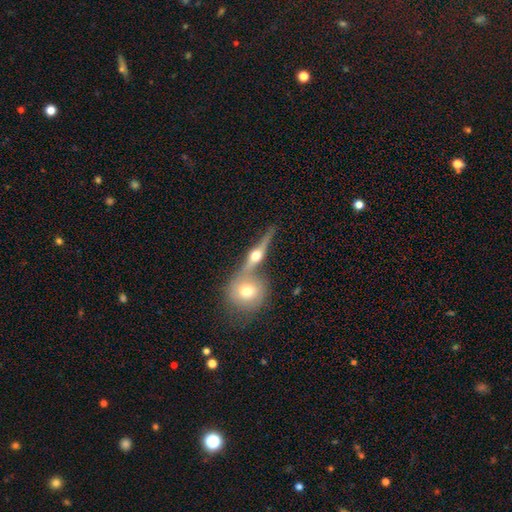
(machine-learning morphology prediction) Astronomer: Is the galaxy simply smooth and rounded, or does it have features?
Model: featured or disk — 67%.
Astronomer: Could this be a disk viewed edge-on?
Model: yes — 87%.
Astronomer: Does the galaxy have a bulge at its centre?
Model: rounded — 96%.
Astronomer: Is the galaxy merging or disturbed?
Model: none — 55% (runner-up: merger, 31%).